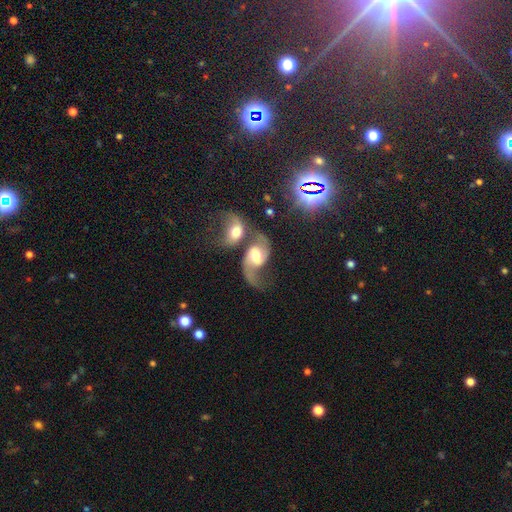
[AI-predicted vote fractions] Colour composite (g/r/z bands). It shows a featured or disk galaxy (81%) with a weak bar (46%), 2 (87%) loose (60%) spiral arms (94%) and a moderate central bulge (55%). Merging: merger (61%).